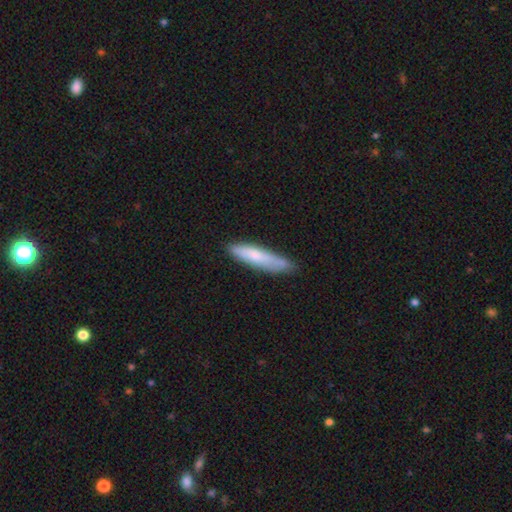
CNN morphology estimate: The model was most divided on "smooth or featured": smooth: 71%, featured or disk: 23%, star or artifact: 6%. More confident: how rounded — cigar-shaped (83%); merging — none (73%).